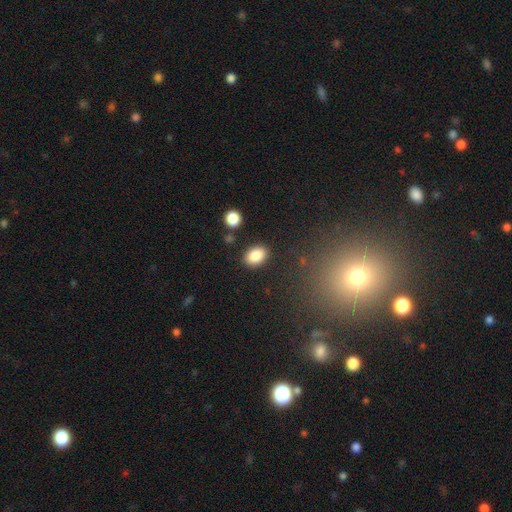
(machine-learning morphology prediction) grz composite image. It shows a smooth galaxy with no disk features (87%) that is in between round and cigar-shaped (83%). Merging: none (85%).